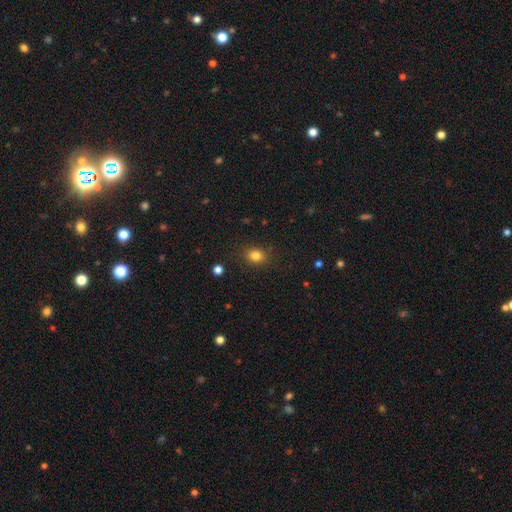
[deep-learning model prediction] This is clearly a smooth galaxy (82%). How rounded: possibly round (57%). Merging: clearly none (85%).